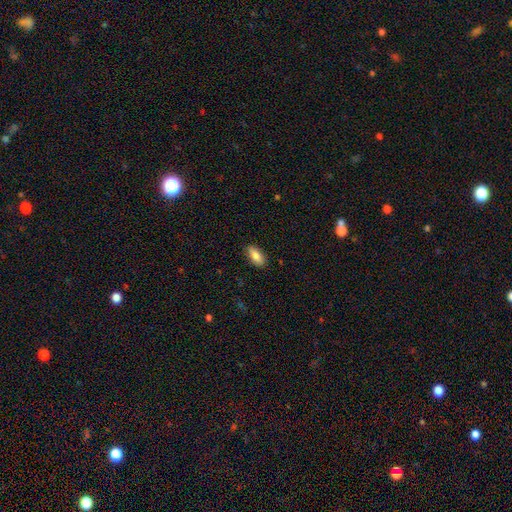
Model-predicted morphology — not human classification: smooth_or_featured: smooth (p=0.84) [alt: featured or disk p=0.09]
how_rounded: in between (p=0.86) [alt: cigar-shaped p=0.11]
merging: none (p=0.86) [alt: minor disturbance p=0.11]